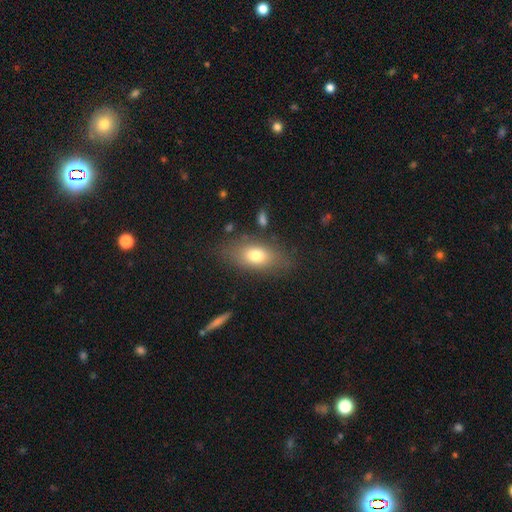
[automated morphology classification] Smooth or featured: smooth — 75% (featured or disk — 16%)
How rounded: in between — 84% (round — 9%)
Merging: none — 78% (minor disturbance — 14%)